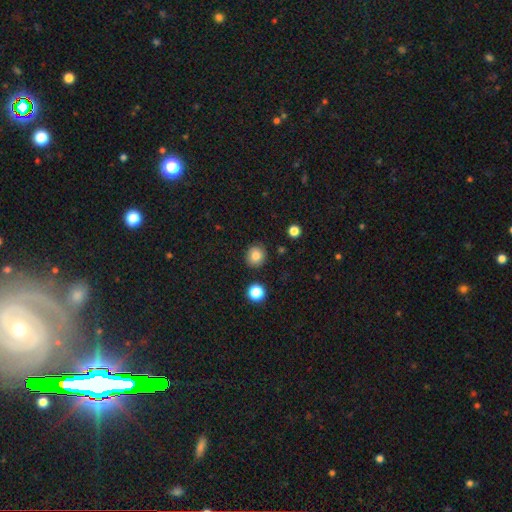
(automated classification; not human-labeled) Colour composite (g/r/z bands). It shows a smooth galaxy with no disk features (83%) that is round (84%). Merging: none (88%).